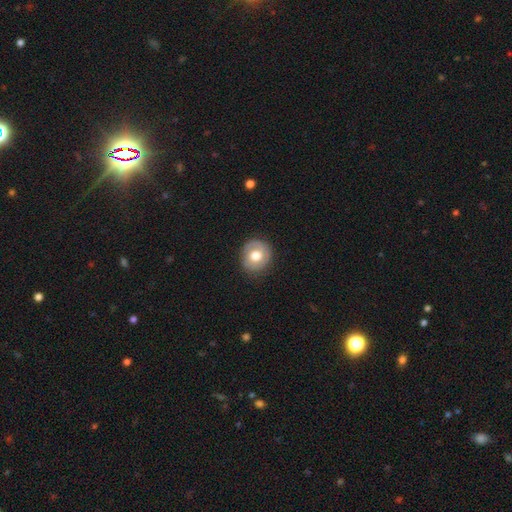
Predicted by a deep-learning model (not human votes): smooth_or_featured: smooth (p=0.57) [alt: featured or disk p=0.37]
how_rounded: round (p=0.82) [alt: in between p=0.17]
merging: none (p=0.81) [alt: minor disturbance p=0.14]